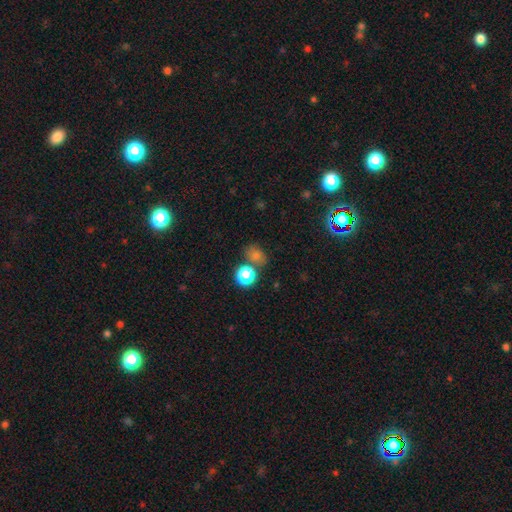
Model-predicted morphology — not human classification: This is likely a smooth galaxy (65%). How rounded: possibly round (55%). Merging: likely none (69%).